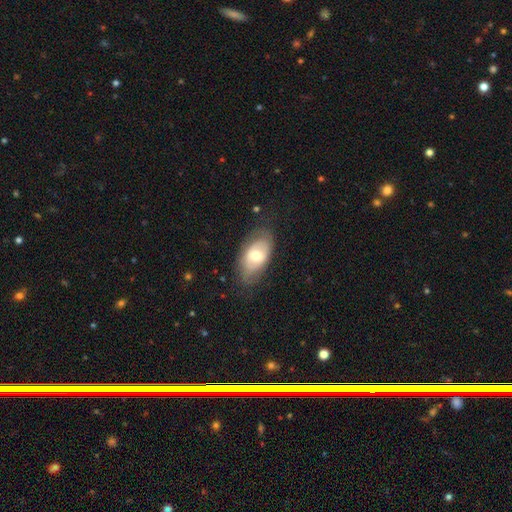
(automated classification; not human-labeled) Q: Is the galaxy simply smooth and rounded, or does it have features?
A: smooth — 56%.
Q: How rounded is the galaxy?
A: in between — 92%.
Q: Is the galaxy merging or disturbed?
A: none — 67%.